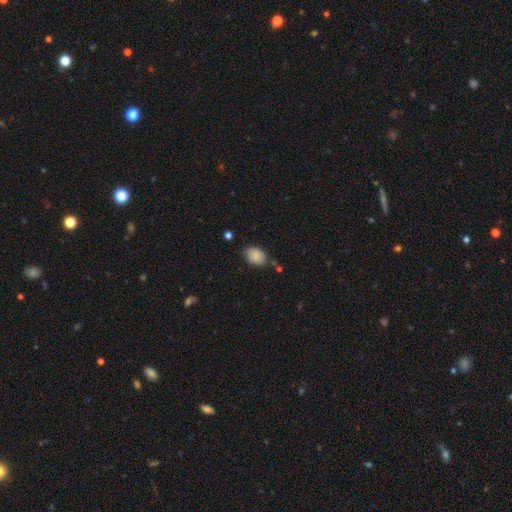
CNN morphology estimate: smooth_or_featured: smooth (p=0.85) [alt: star or artifact p=0.08]
how_rounded: in between (p=0.77) [alt: round p=0.22]
merging: none (p=0.68) [alt: minor disturbance p=0.23]